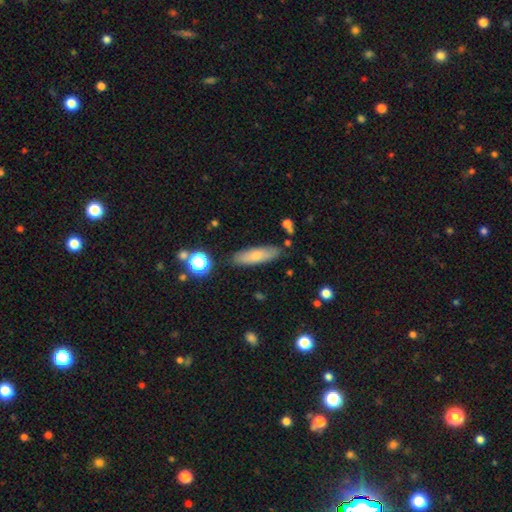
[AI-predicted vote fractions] Overall: smooth (73%). How rounded: cigar-shaped (60%; in between 38%). Merging: none (82%).